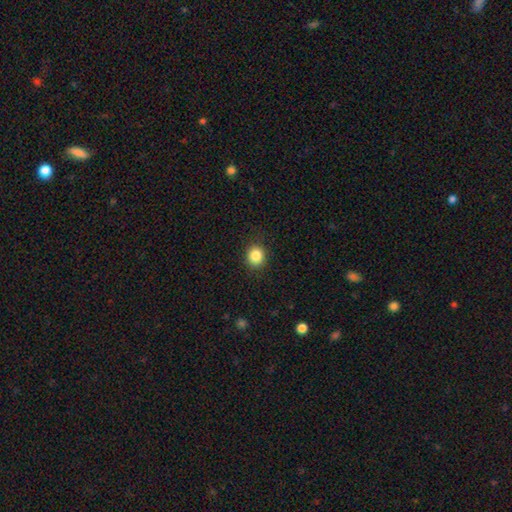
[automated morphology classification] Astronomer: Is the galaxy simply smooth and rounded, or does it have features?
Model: smooth — 86%.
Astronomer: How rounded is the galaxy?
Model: round — 80%.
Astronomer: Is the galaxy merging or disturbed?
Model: none — 88%.